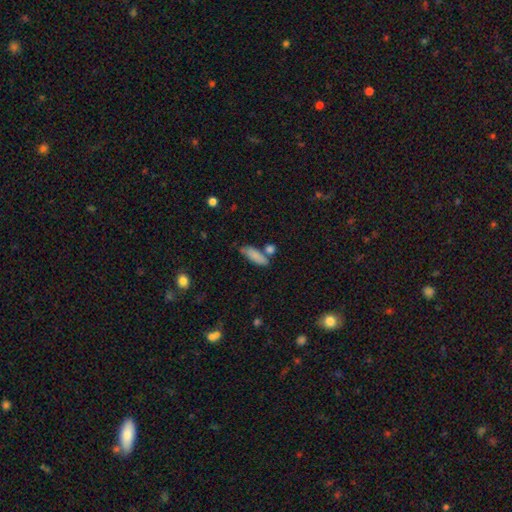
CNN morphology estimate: This is clearly a smooth galaxy (83%). How rounded: possibly in between (53%). Merging: likely none (62%).